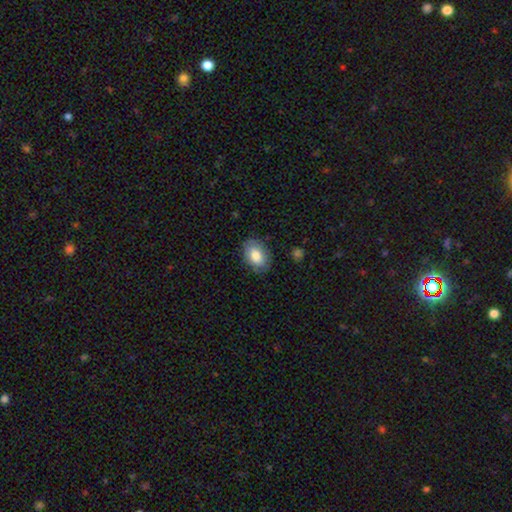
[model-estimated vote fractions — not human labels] Smooth or featured? smooth (81%)
How rounded? in between (85%)
Merging? none (82%)